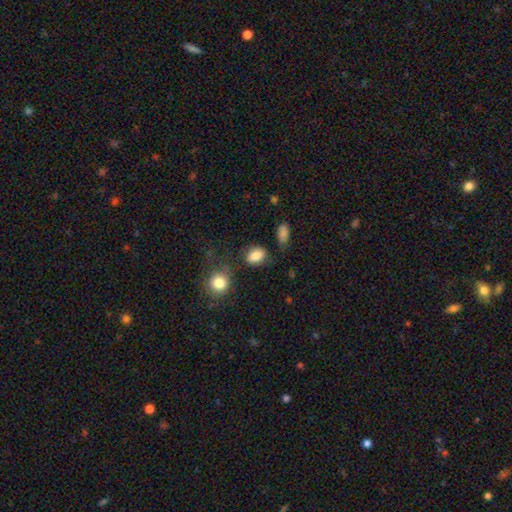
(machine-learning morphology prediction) Overall: smooth (83%). How rounded: in between (76%). Merging: none (69%).